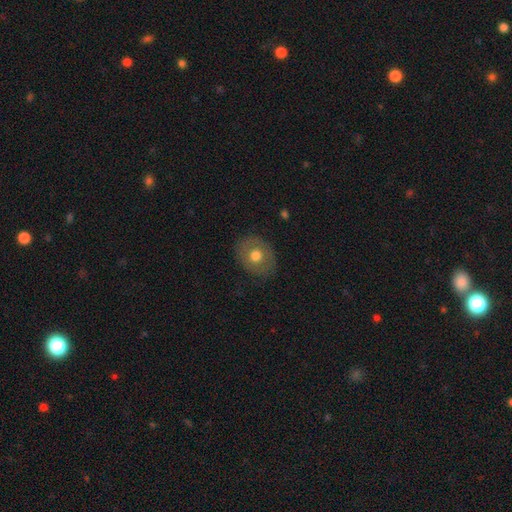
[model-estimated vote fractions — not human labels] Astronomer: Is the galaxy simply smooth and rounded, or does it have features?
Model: smooth — 63%.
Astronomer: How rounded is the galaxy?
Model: round — 52% (runner-up: in between, 47%).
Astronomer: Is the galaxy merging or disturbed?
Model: none — 83%.